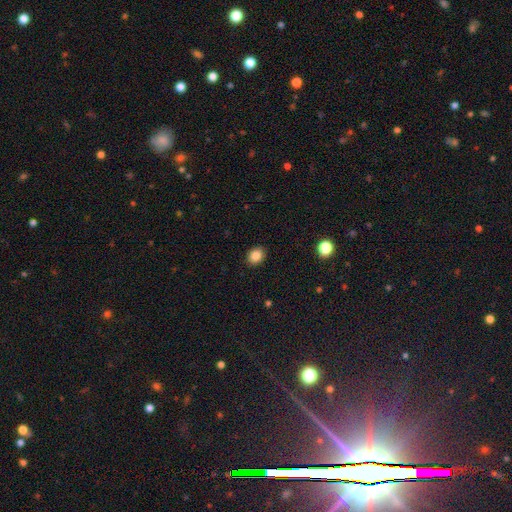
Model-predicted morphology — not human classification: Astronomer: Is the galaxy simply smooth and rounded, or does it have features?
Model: smooth — 86%.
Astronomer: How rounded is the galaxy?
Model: in between — 51% (runner-up: round, 48%).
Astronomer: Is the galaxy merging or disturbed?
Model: none — 90%.